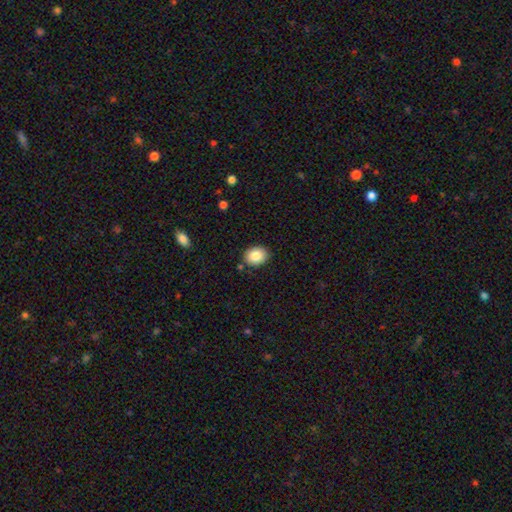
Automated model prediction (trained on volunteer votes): This appears to be a smooth galaxy with no disk features (86%) that is round (50%). Merging: none (86%).